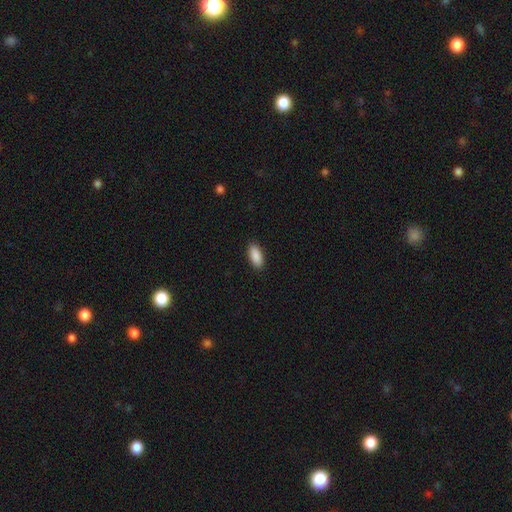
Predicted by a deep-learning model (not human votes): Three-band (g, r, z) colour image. It shows a smooth galaxy with no disk features (91%) that is in between round and cigar-shaped (88%). Merging: none (90%).